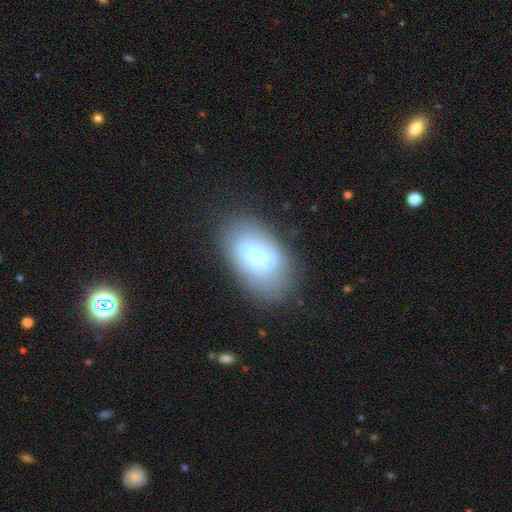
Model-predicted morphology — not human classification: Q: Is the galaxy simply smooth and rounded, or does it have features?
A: smooth — 58%.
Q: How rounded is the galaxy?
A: in between — 91%.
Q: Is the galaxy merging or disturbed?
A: none — 53%.